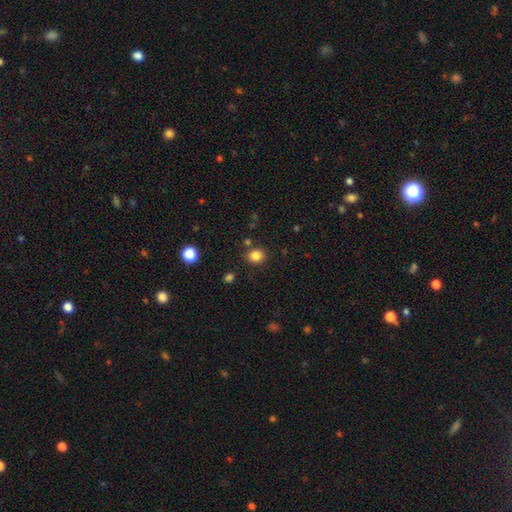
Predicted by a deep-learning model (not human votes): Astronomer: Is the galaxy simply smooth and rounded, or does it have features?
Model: smooth — 83%.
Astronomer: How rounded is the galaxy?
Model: round — 70%.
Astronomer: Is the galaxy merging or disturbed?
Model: none — 82%.